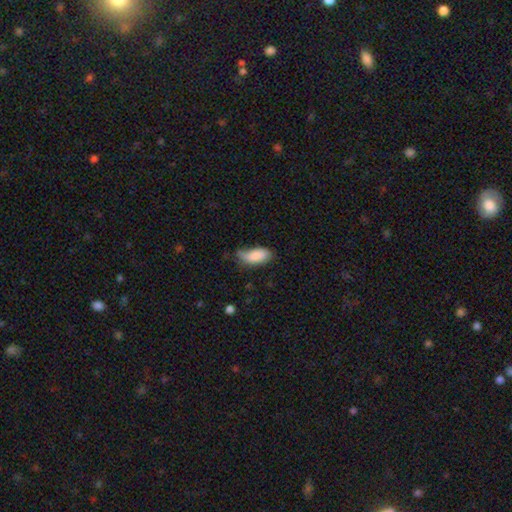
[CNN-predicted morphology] Q: Smooth or featured?
A: smooth (83%); runner-up: featured or disk (11%)
Q: How rounded?
A: in between (89%); runner-up: cigar-shaped (8%)
Q: Merging?
A: minor disturbance (41%); tied with: none (41%)